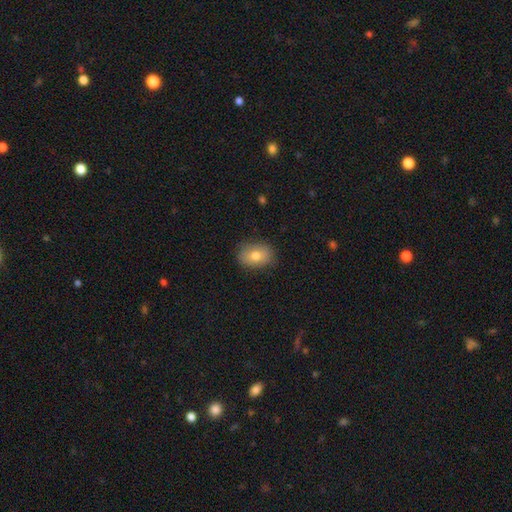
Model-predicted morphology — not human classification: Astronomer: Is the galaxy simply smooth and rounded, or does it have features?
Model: smooth — 75%.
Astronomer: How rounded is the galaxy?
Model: in between — 73%.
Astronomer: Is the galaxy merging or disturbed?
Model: none — 83%.